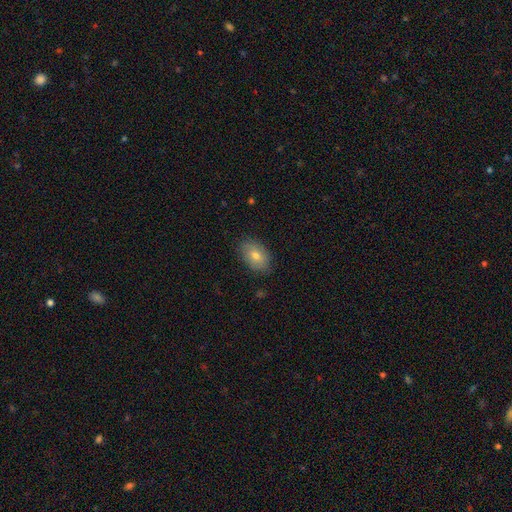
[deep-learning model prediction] Smooth or featured: smooth — 72% (featured or disk — 19%)
How rounded: in between — 86% (round — 13%)
Merging: none — 85% (minor disturbance — 12%)